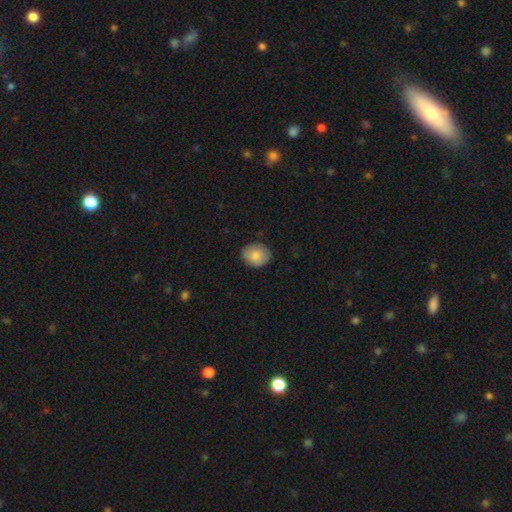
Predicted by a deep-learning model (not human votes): A smooth galaxy with no disk features (81%) that is round (62%). Merging: none (82%).